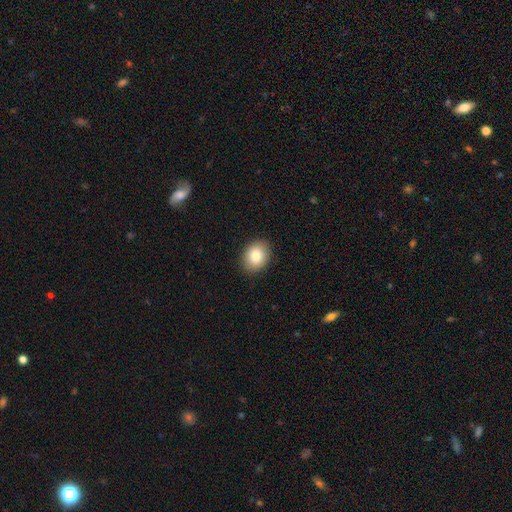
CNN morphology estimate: smooth 84%, featured or disk 8%, star or artifact 8%. Down the decision tree: how rounded — in between (55%); merging — none (89%).